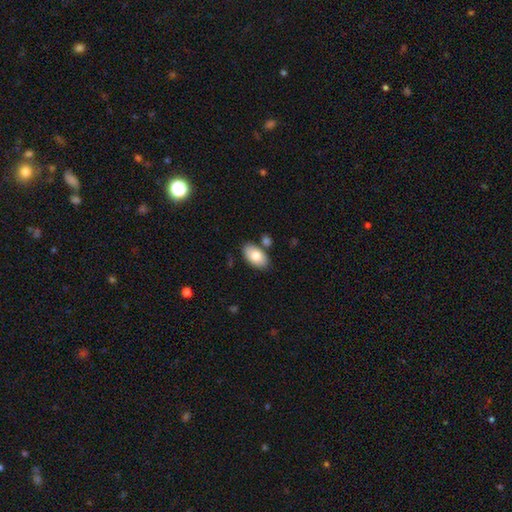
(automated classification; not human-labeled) Smooth or featured? Predicted: smooth (p=0.79). How rounded? Predicted: in between (p=0.94). Merging? Predicted: none (p=0.78).